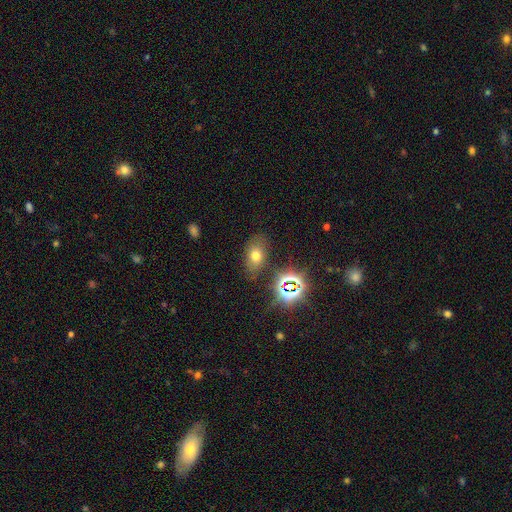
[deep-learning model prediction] Smooth or featured: smooth — 62% (star or artifact — 23%)
How rounded: in between — 82% (round — 16%)
Merging: none — 78% (minor disturbance — 14%)